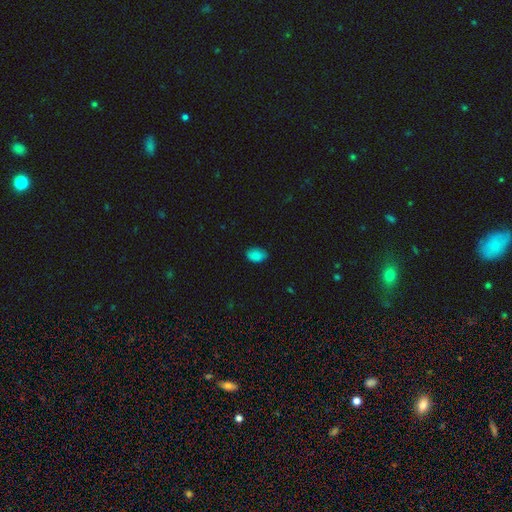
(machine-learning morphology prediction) smooth 86%, star or artifact 10%, featured or disk 5%. Down the decision tree: how rounded — in between (87%); merging — none (77%).